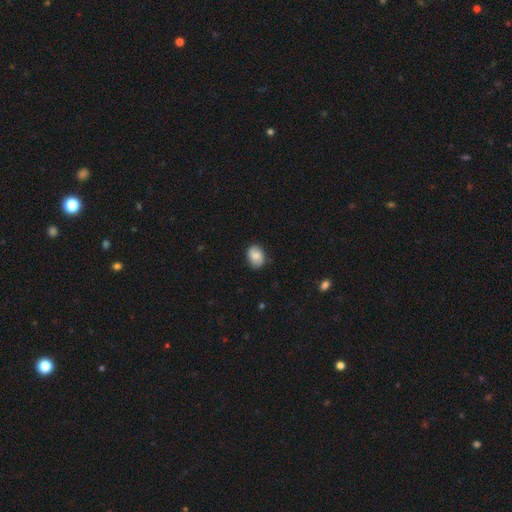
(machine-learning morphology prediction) A smooth galaxy with no disk features (72%) that is in between round and cigar-shaped (69%). Merging: none (82%).